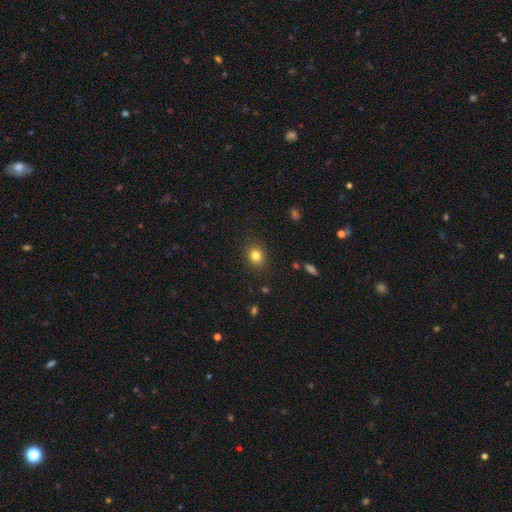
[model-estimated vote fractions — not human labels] smooth 82%, star or artifact 11%, featured or disk 6%. Down the decision tree: how rounded — round (58%); merging — none (88%).